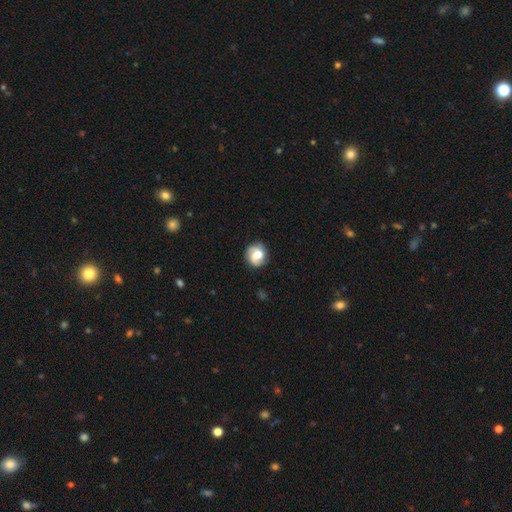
Morphology: type=smooth (47%); roundness=round (94%); merging=none (66%).